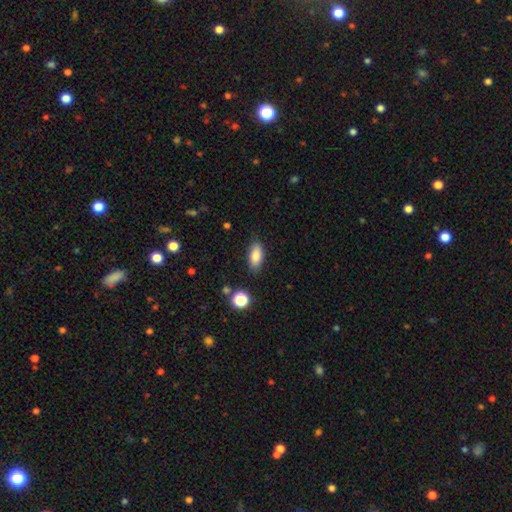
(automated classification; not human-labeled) The model was most divided on "how rounded": in between: 85%, cigar-shaped: 12%, round: 3%. More confident: merging — none (84%); smooth or featured — smooth (84%).